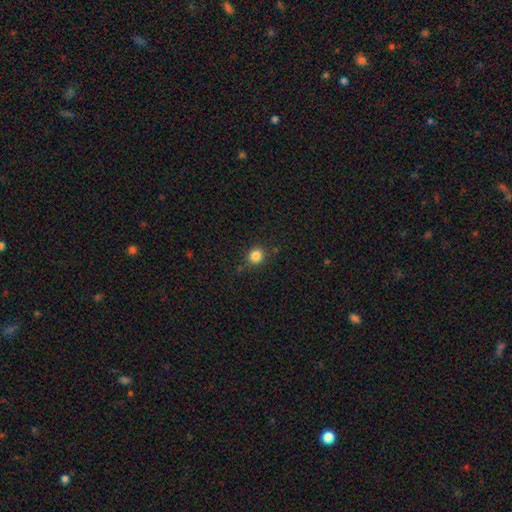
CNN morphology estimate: A smooth galaxy with no disk features (84%) that is round (84%).

Vote fractions:
- Smooth or featured? smooth: 84% / star or artifact: 12% / featured or disk: 4%
- How rounded? round: 84% / in between: 15% / cigar-shaped: 1%
- Merging? none: 84% / minor disturbance: 10% / major disturbance: 3% / merger: 3%